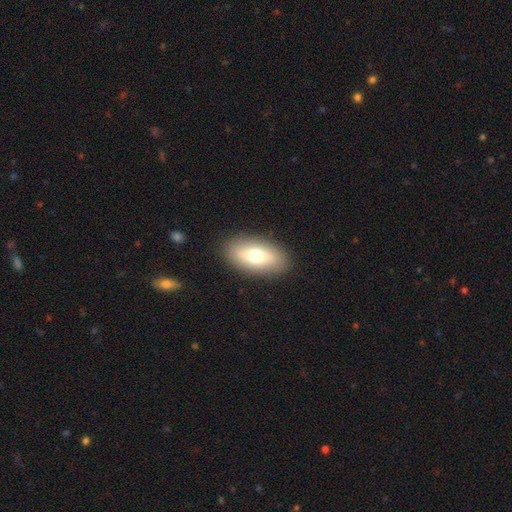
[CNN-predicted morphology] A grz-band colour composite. It shows a smooth galaxy with no disk features (70%) that is in between round and cigar-shaped (90%). Merging: none (88%).